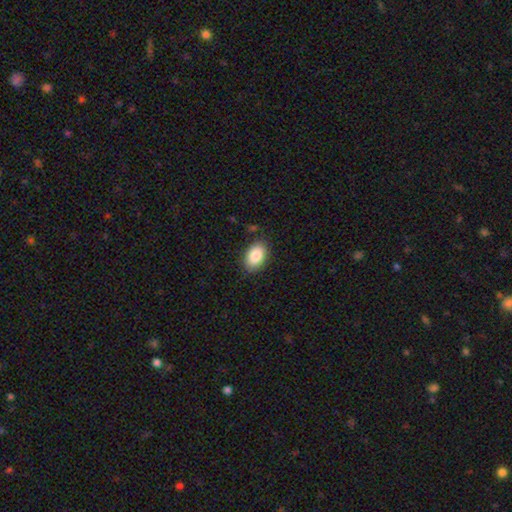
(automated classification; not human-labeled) A smooth galaxy with no disk features (87%) that is in between round and cigar-shaped (90%). Merging: none (86%).